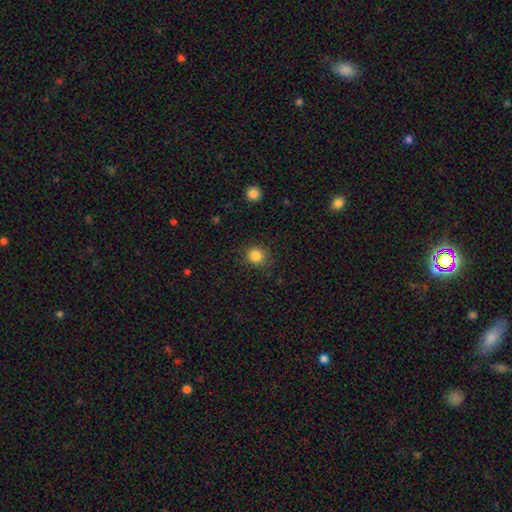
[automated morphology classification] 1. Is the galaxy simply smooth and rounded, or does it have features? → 85% smooth, 11% star or artifact, 4% featured or disk.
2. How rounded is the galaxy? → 86% round, 13% in between, 1% cigar-shaped.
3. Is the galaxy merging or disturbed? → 84% none, 11% minor disturbance, 3% major disturbance, 1% merger.